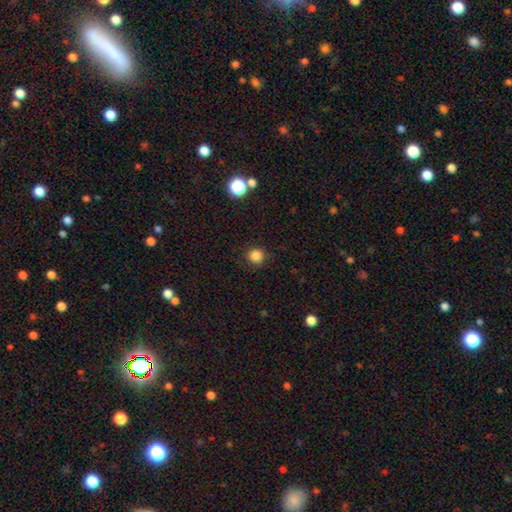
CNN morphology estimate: A smooth galaxy with no disk features (84%) that is round (93%).

Vote fractions:
- Smooth or featured? smooth: 84% / star or artifact: 13% / featured or disk: 3%
- How rounded? round: 93% / in between: 6% / cigar-shaped: 1%
- Merging? none: 90% / minor disturbance: 7% / major disturbance: 2% / merger: 1%